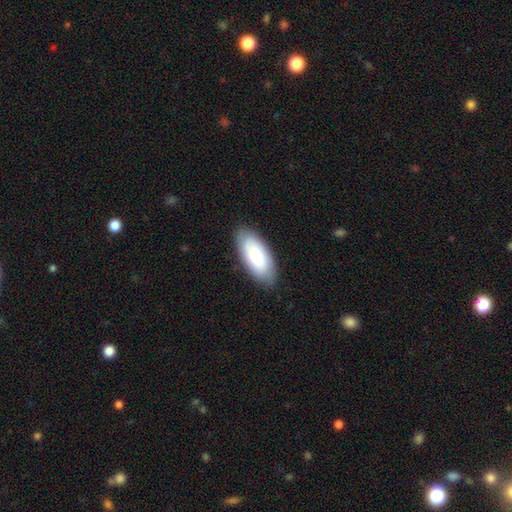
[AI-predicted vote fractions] Smooth or featured: smooth — 85% (featured or disk — 10%)
How rounded: in between — 88% (cigar-shaped — 10%)
Merging: none — 85% (minor disturbance — 12%)